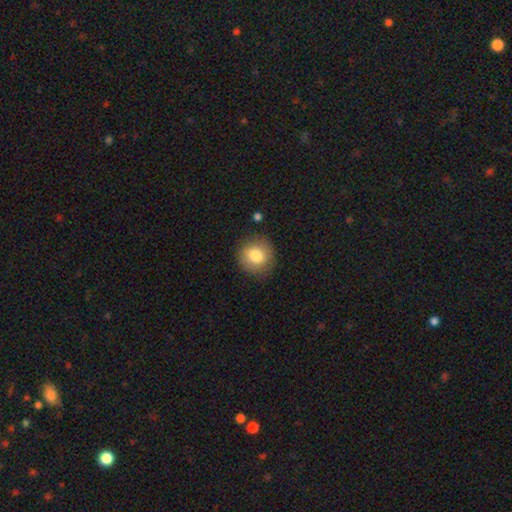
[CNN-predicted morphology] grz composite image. It shows a smooth galaxy with no disk features (79%) that is round (88%). Merging: none (85%).